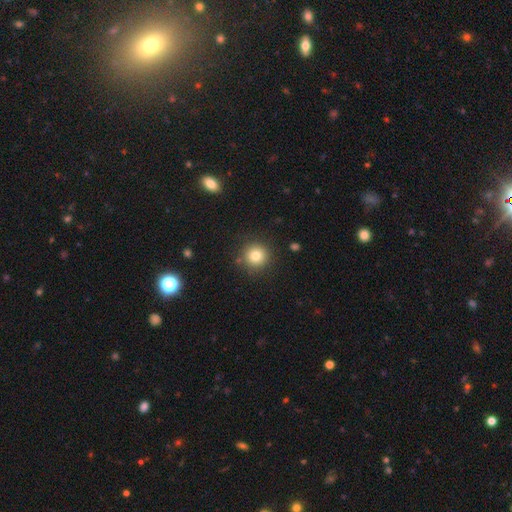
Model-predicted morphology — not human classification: A smooth galaxy with no disk features (79%) that is round (94%). Merging: none (87%).